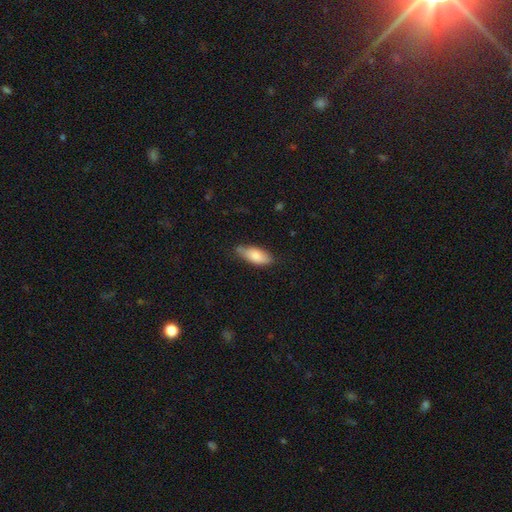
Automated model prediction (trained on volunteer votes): This is clearly a smooth galaxy (82%). How rounded: likely in between (80%). Merging: likely none (69%).